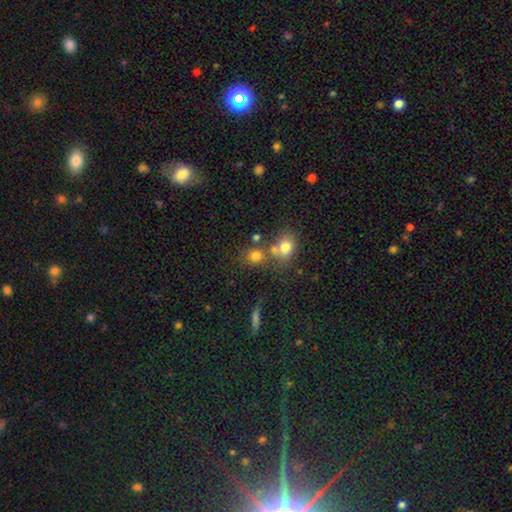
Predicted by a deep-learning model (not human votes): A smooth galaxy with no disk features (75%) that is round (79%). Merging: none (55%).